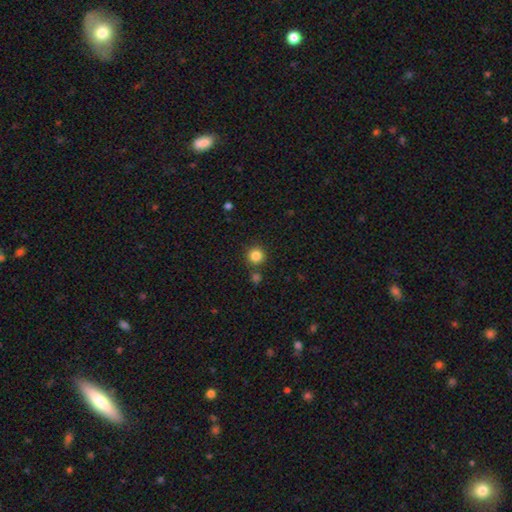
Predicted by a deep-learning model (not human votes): A smooth galaxy with no disk features (85%) that is round (94%). Merging: none (82%).